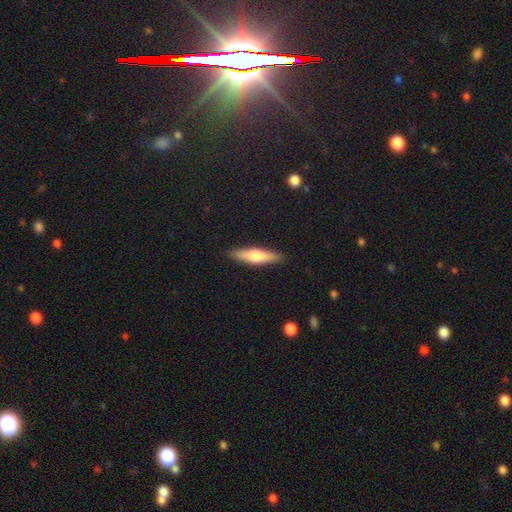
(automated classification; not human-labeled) smooth_or_featured: smooth (p=0.60) [alt: featured or disk p=0.35]
how_rounded: cigar-shaped (p=0.76) [alt: in between p=0.22]
merging: none (p=0.90) [alt: minor disturbance p=0.08]